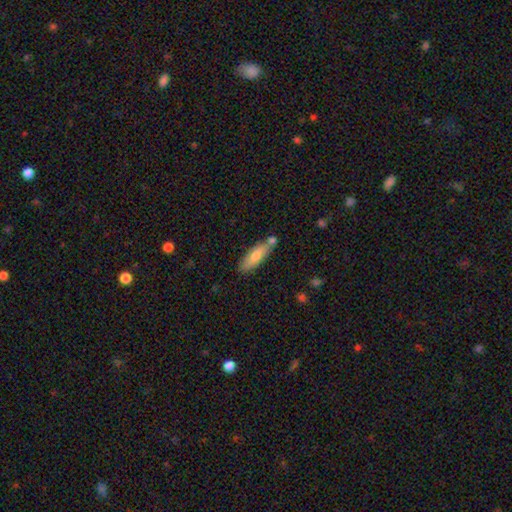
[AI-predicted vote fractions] smooth 72%, featured or disk 21%, star or artifact 6%. Down the decision tree: how rounded — cigar-shaped (55%); merging — none (70%).